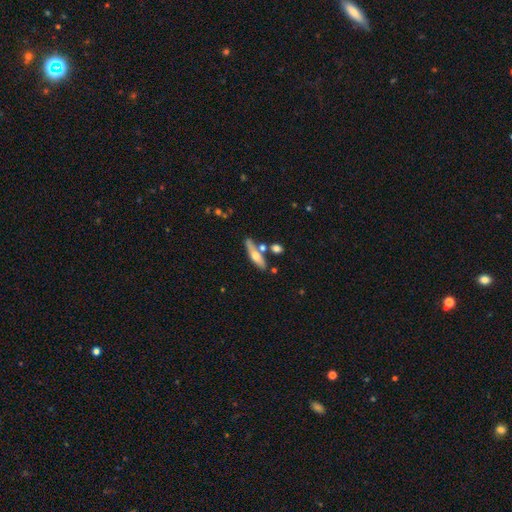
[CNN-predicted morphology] Overall: smooth (51%; featured or disk 43%). How rounded: cigar-shaped (69%). Merging: none (69%).